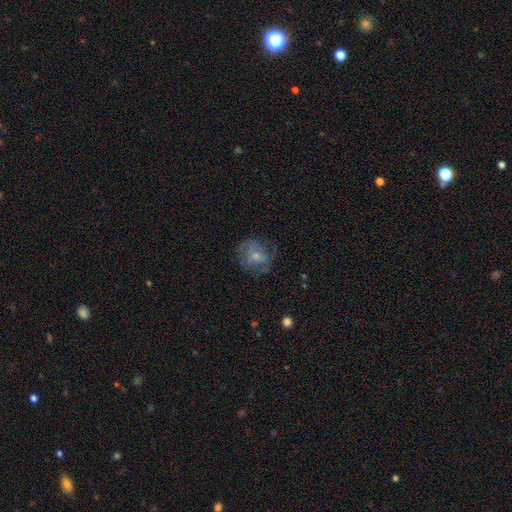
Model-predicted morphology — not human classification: Q: Smooth or featured?
A: featured or disk (51%); runner-up: smooth (39%)
Q: Edge-on disk?
A: no (97%); runner-up: yes (3%)
Q: Merging?
A: none (60%); runner-up: minor disturbance (21%)